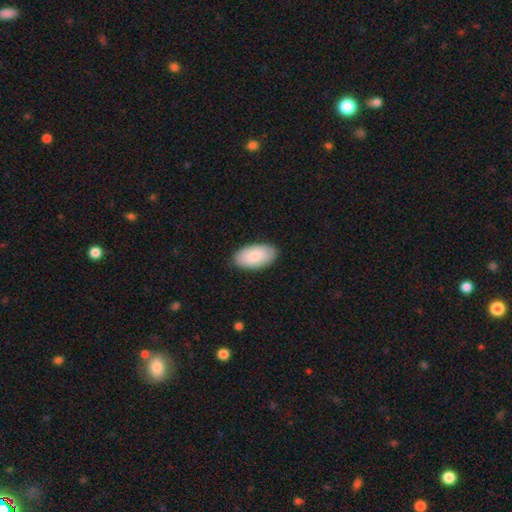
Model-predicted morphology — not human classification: Smooth or featured?
  - smooth: 87% *
  - featured or disk: 7%
  - star or artifact: 5%
How rounded?
  - in between: 96% *
  - round: 2%
  - cigar-shaped: 2%
Merging?
  - none: 88% *
  - minor disturbance: 9%
  - major disturbance: 2%
  - merger: 1%